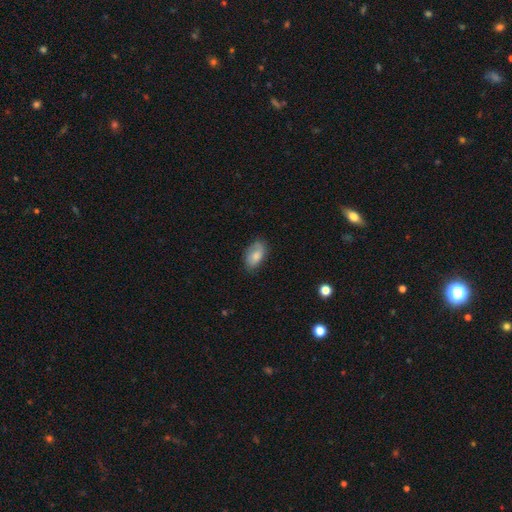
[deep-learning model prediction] Q: Smooth or featured?
A: smooth (77%); runner-up: featured or disk (16%)
Q: How rounded?
A: in between (93%); runner-up: round (5%)
Q: Merging?
A: none (72%); runner-up: minor disturbance (22%)